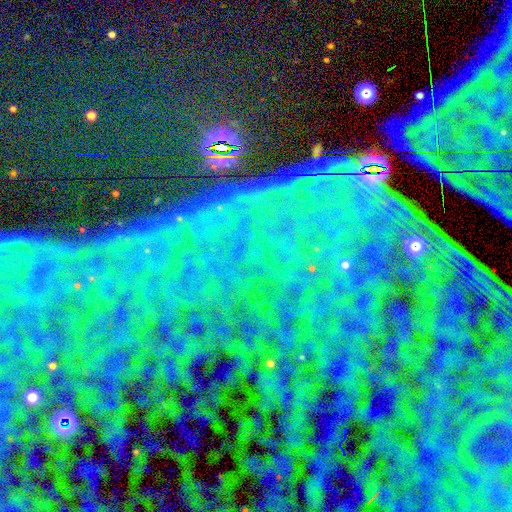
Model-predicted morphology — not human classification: star or artifact 82%, smooth 9%, featured or disk 9%.